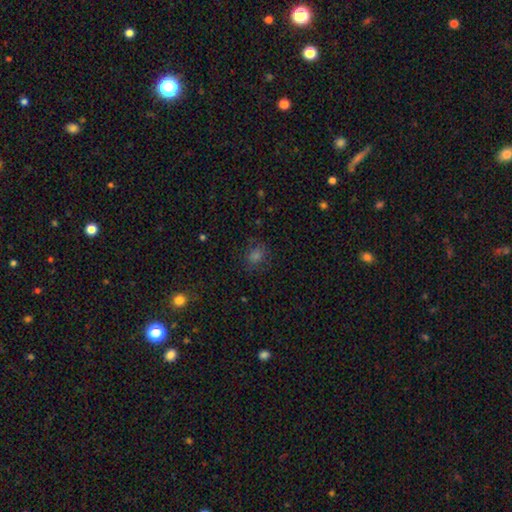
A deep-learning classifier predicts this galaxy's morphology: This appears to be a smooth galaxy with no disk features (61%) that is round (60%). Merging: none (81%).